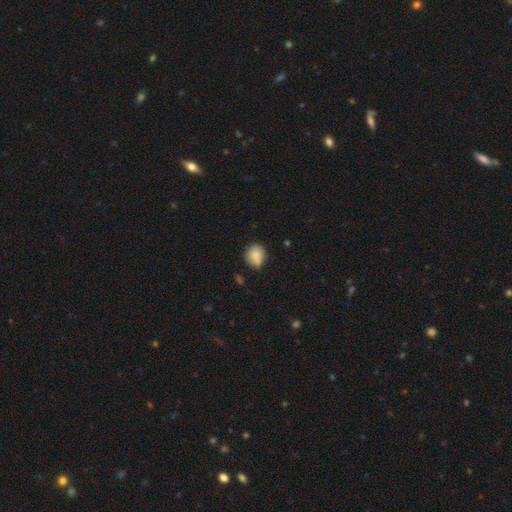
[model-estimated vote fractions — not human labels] This appears to be a smooth galaxy with no disk features (85%) that is round (69%). Merging: none (65%).